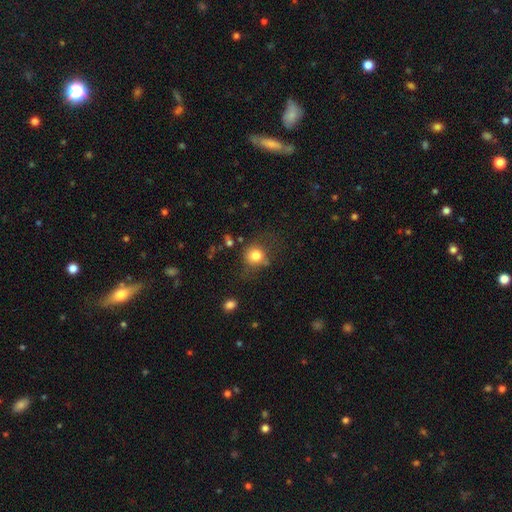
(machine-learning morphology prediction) Q: Smooth or featured?
A: smooth (80%); runner-up: star or artifact (11%)
Q: How rounded?
A: round (81%); runner-up: in between (18%)
Q: Merging?
A: none (62%); runner-up: minor disturbance (22%)